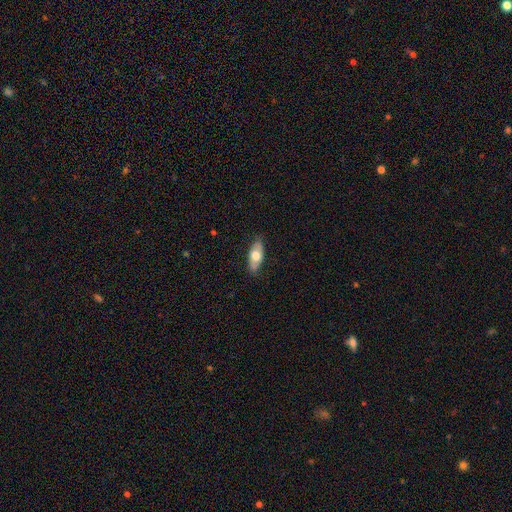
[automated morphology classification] smooth-or-featured: smooth: 59% | featured or disk: 35% | star or artifact: 6%
  how-rounded: in between: 82% | cigar-shaped: 14% | round: 4%
  merging: none: 82% | minor disturbance: 14% | major disturbance: 3% | merger: 1%